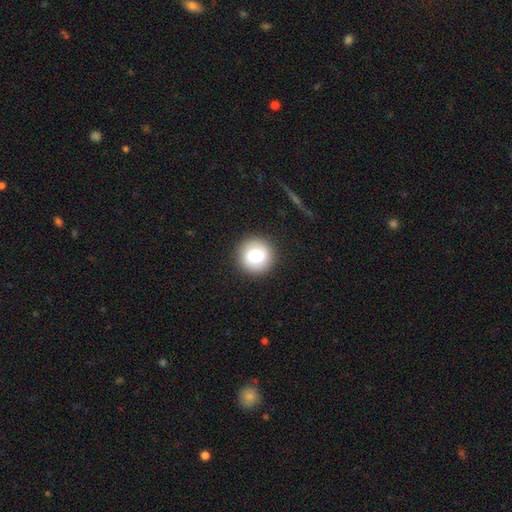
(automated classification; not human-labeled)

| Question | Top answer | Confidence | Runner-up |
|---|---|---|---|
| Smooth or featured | smooth | 71% | featured or disk (20%) |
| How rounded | round | 92% | in between (7%) |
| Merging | none | 90% | minor disturbance (7%) |